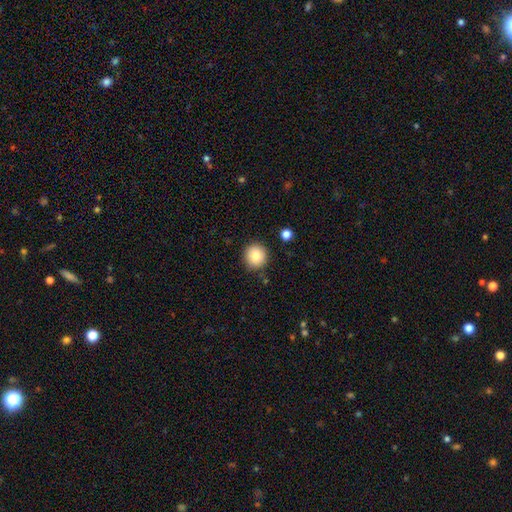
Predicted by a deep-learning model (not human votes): Morphology: type=smooth (84%); roundness=round (93%); merging=none (88%).